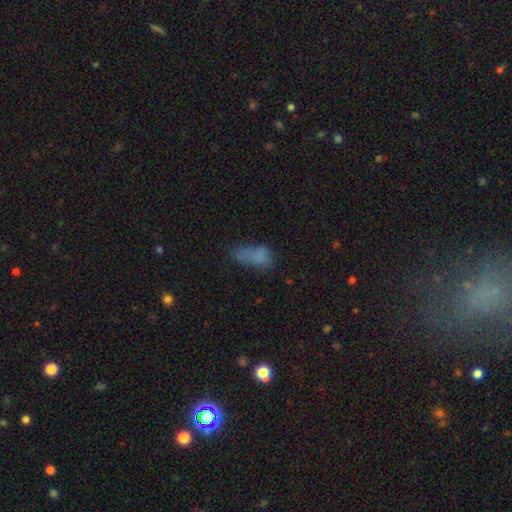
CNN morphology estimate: Smooth or featured? Predicted: smooth (p=0.70). How rounded? Predicted: in between (p=0.81). Merging? Predicted: none (p=0.37).